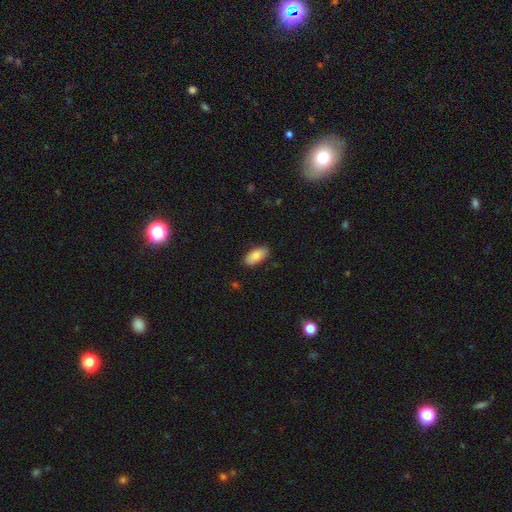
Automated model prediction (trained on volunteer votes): Morphology: type=smooth (87%); roundness=in between (92%); merging=none (85%).